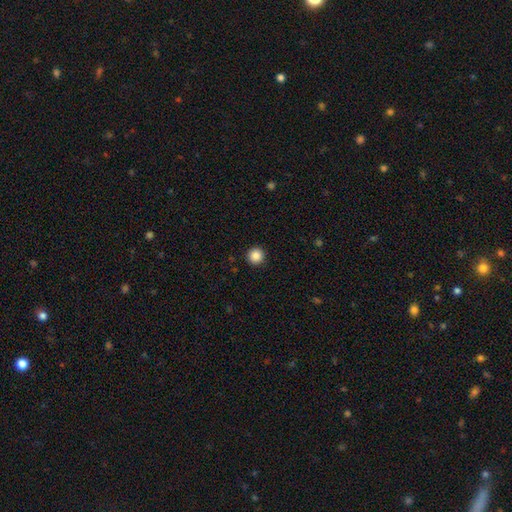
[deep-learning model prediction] Morphology: type=smooth (87%); roundness=round (96%); merging=none (93%).